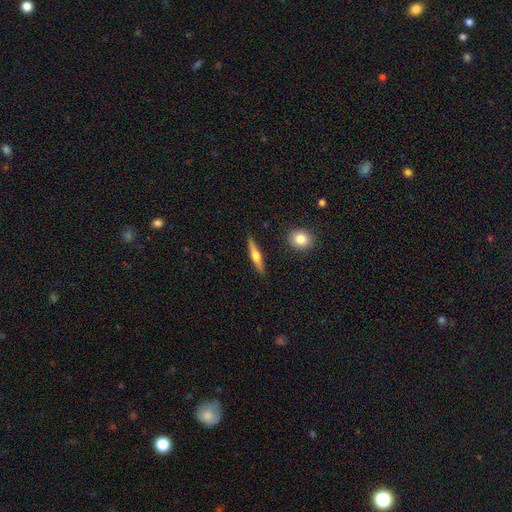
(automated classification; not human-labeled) A featured or disk galaxy (59%) viewed edge-on (96%) with a rounded central bulge (91%). Merging: none (89%).